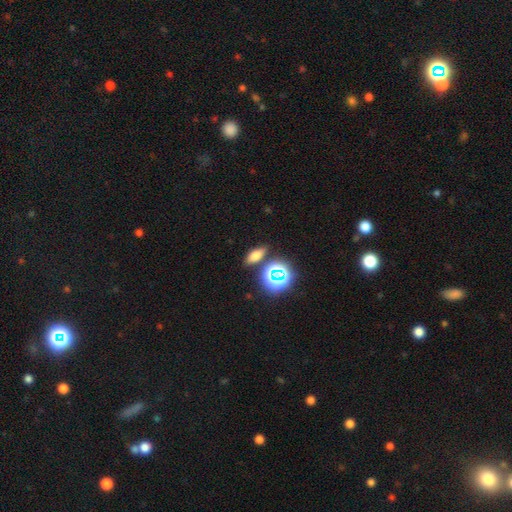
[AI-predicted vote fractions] Smooth or featured? smooth (64%)
How rounded? in between (69%)
Merging? none (82%)